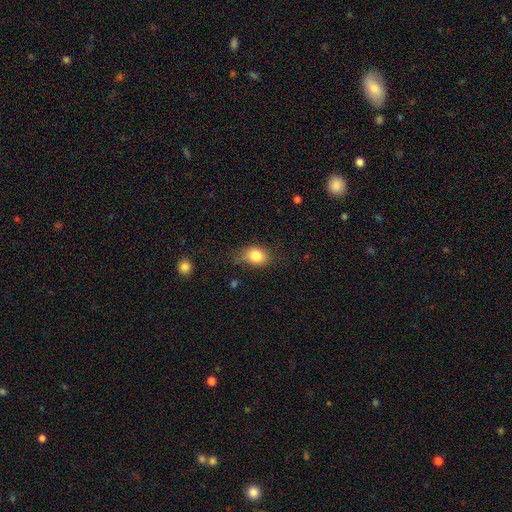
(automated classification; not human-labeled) smooth 82%, star or artifact 10%, featured or disk 9%. Down the decision tree: how rounded — in between (60%); merging — none (60%).